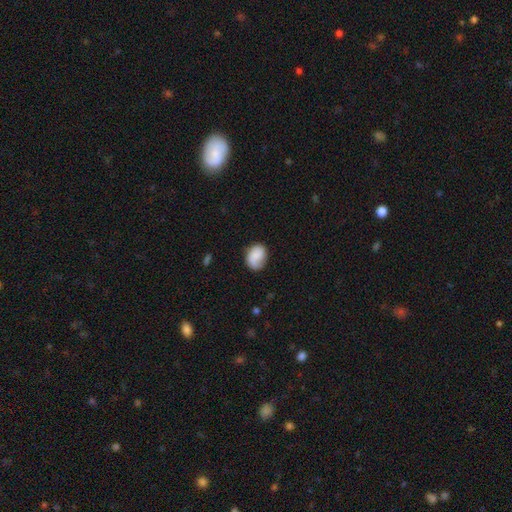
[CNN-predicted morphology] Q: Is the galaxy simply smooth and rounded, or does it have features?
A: smooth — 69%.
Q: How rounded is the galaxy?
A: in between — 57%.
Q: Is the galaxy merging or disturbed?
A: none — 65%.